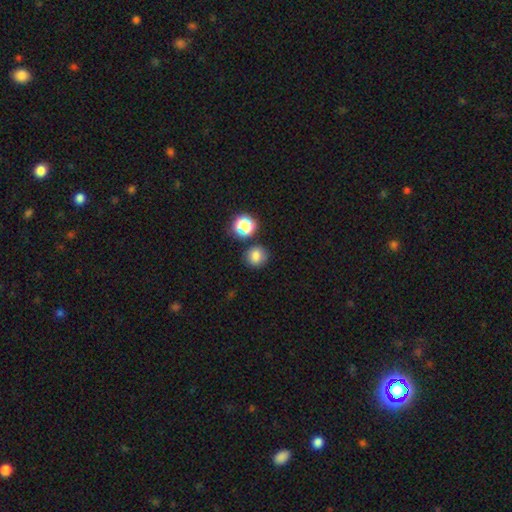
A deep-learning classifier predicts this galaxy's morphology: smooth_or_featured: smooth (p=0.79) [alt: star or artifact p=0.14]
how_rounded: round (p=0.87) [alt: in between p=0.12]
merging: none (p=0.82) [alt: minor disturbance p=0.09]